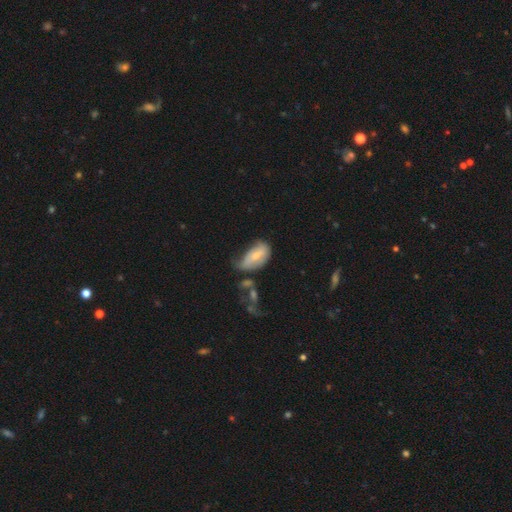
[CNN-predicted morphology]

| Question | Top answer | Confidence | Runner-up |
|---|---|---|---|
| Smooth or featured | smooth | 60% | featured or disk (33%) |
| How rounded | in between | 92% | round (5%) |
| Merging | minor disturbance | 36% | major disturbance (30%) |